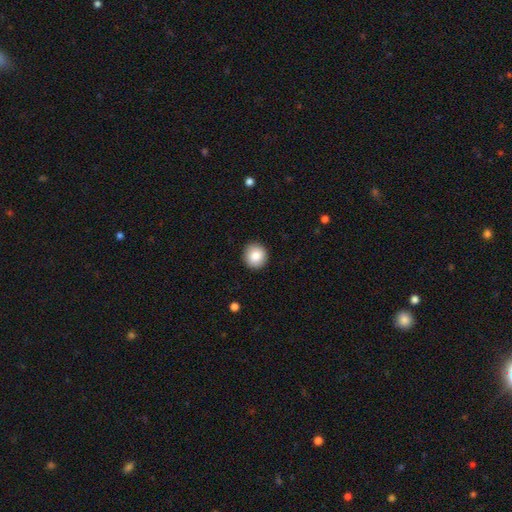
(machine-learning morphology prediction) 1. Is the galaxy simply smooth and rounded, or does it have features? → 84% smooth, 8% star or artifact, 7% featured or disk.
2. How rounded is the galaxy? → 93% round, 6% in between, 1% cigar-shaped.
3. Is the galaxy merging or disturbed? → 92% none, 5% minor disturbance, 2% major disturbance, 1% merger.